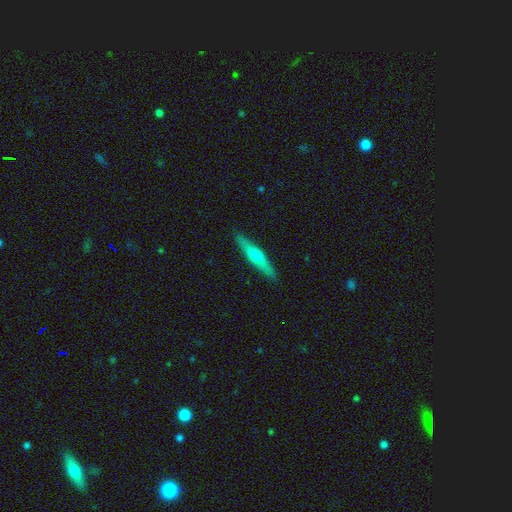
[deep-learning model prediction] smooth_or_featured: featured or disk (p=0.51) [alt: smooth p=0.44]
disk_edge_on: yes (p=0.95) [alt: no p=0.05]
merging: none (p=0.90) [alt: minor disturbance p=0.08]